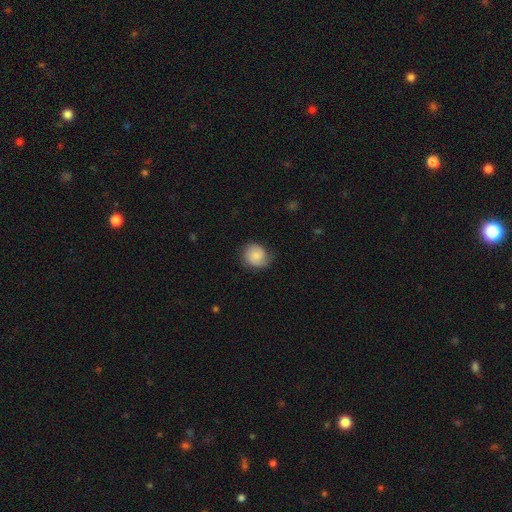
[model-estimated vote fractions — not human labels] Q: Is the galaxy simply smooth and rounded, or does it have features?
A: smooth — 71%.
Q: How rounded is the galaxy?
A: round — 79%.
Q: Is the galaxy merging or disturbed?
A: none — 73%.